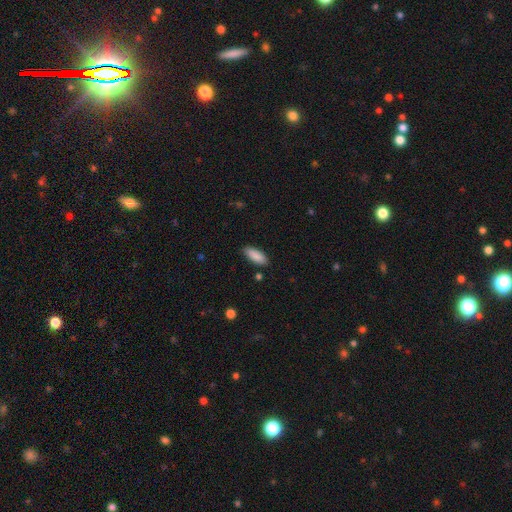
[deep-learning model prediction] Overall: smooth (90%). How rounded: in between (77%). Merging: none (87%).